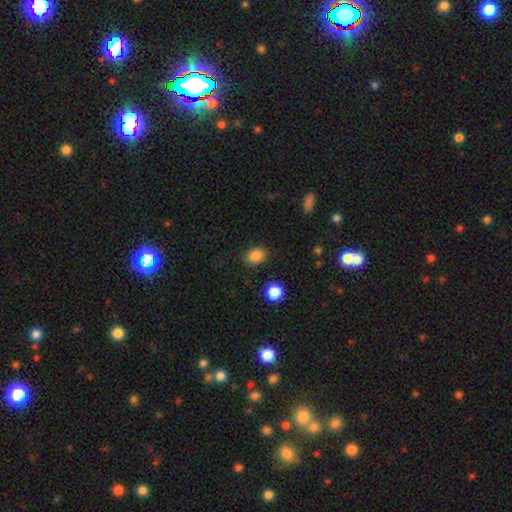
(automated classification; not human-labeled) This is clearly a smooth galaxy (86%). How rounded: possibly in between (59%). Merging: clearly none (86%).